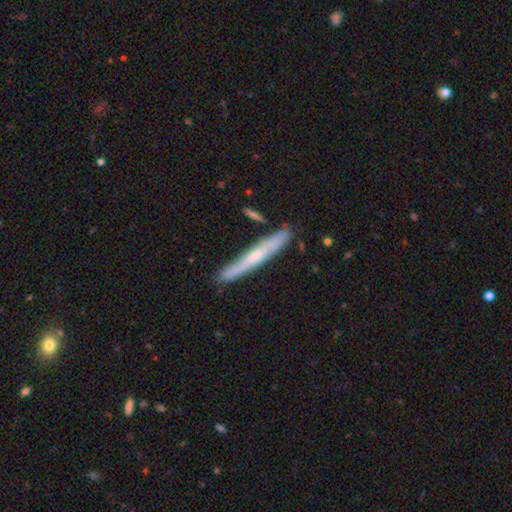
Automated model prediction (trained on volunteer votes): Smooth or featured: featured or disk — 54% (smooth — 40%)
Edge-on disk: yes — 90% (no — 10%)
Merging: none — 81% (minor disturbance — 14%)